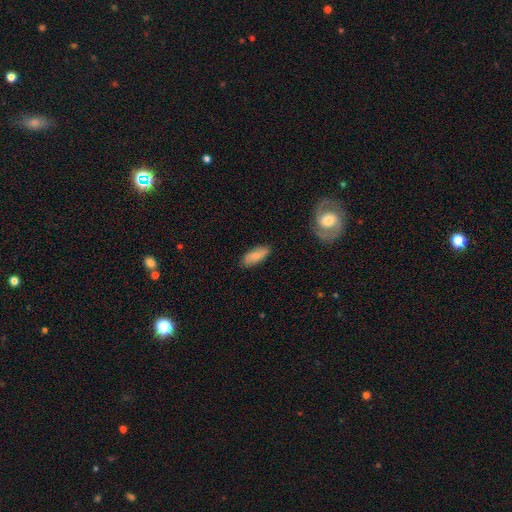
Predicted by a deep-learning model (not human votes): Smooth or featured: smooth — 76% (featured or disk — 18%)
How rounded: in between — 76% (cigar-shaped — 22%)
Merging: none — 84% (minor disturbance — 12%)